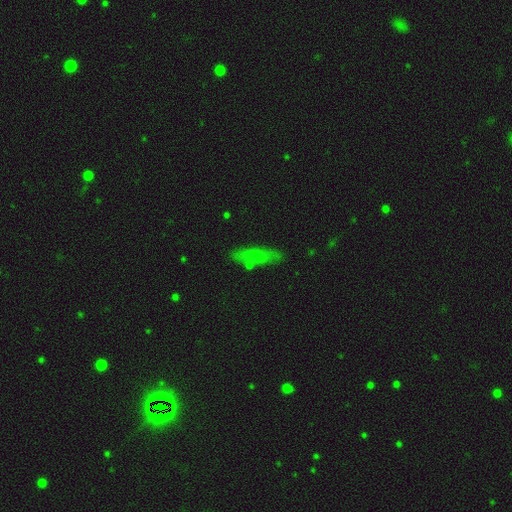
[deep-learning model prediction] A smooth galaxy with no disk features (64%) that is cigar-shaped (53%).

Vote fractions:
- Smooth or featured? smooth: 64% / featured or disk: 24% / star or artifact: 13%
- How rounded? cigar-shaped: 53% / in between: 44% / round: 3%
- Merging? none: 77% / minor disturbance: 14% / major disturbance: 4% / merger: 4%